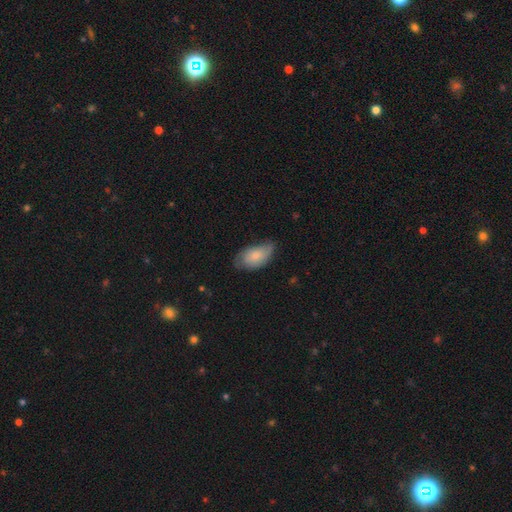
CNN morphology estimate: smooth-or-featured: smooth: 70% | featured or disk: 24% | star or artifact: 6%
  how-rounded: in between: 93% | round: 4% | cigar-shaped: 3%
  merging: none: 55% | minor disturbance: 35% | major disturbance: 8% | merger: 1%